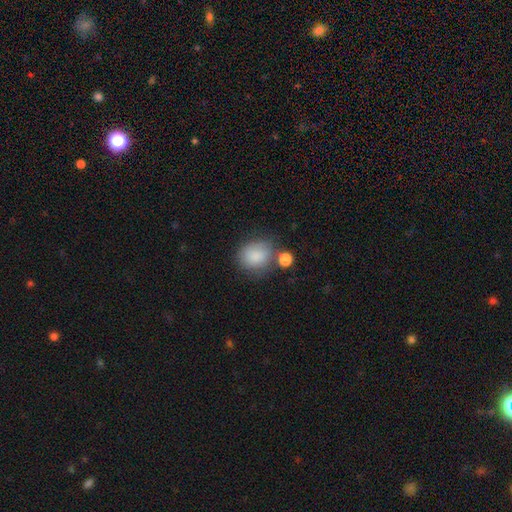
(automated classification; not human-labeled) This appears to be a smooth galaxy with no disk features (84%) that is round (67%). Merging: none (57%).